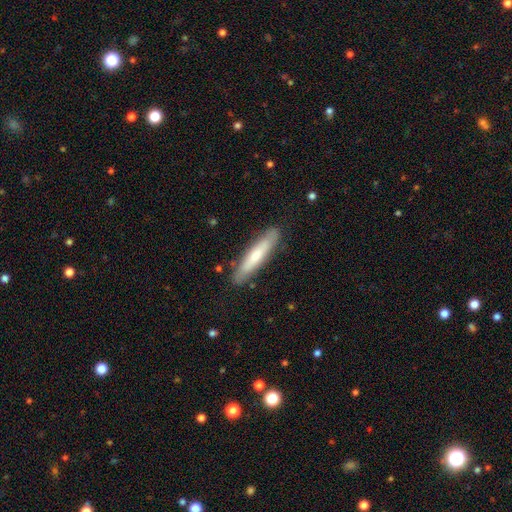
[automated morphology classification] A smooth galaxy with no disk features (61%) that is cigar-shaped (86%). Merging: none (86%).